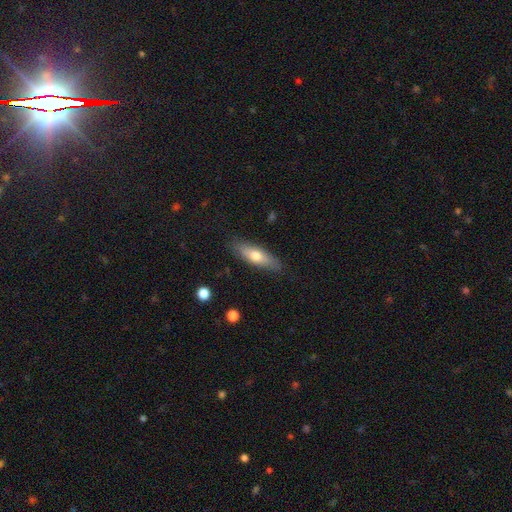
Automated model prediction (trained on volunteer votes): A smooth galaxy with no disk features (64%) that is in between round and cigar-shaped (51%).

Vote fractions:
- Smooth or featured? smooth: 64% / featured or disk: 30% / star or artifact: 6%
- How rounded? in between: 51% / cigar-shaped: 47% / round: 2%
- Merging? none: 85% / minor disturbance: 12% / major disturbance: 2% / merger: 1%